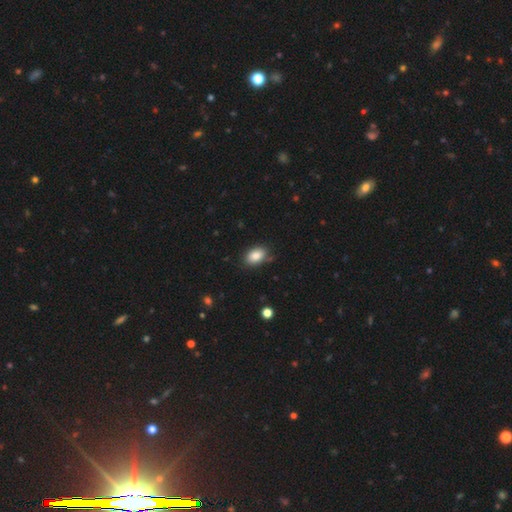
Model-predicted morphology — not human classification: The model was most divided on "merging": none: 80%, minor disturbance: 15%, major disturbance: 3%, merger: 2%. More confident: how rounded — in between (86%); smooth or featured — smooth (86%).